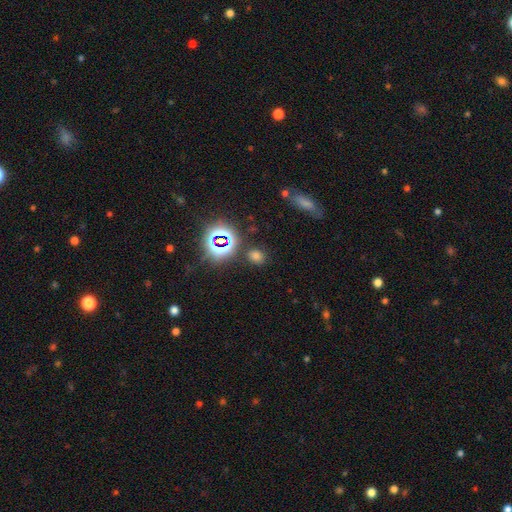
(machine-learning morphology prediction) smooth_or_featured: smooth (p=0.62) [alt: star or artifact p=0.32]
how_rounded: round (p=0.63) [alt: in between p=0.36]
merging: none (p=0.82) [alt: minor disturbance p=0.10]